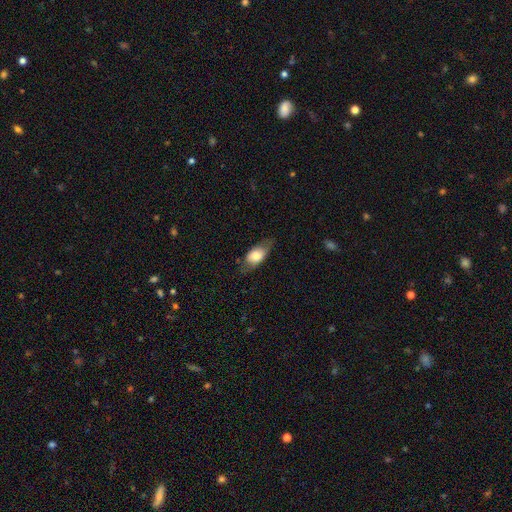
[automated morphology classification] Smooth or featured?
  - smooth: 67% *
  - featured or disk: 26%
  - star or artifact: 7%
How rounded?
  - in between: 85% *
  - round: 8%
  - cigar-shaped: 6%
Merging?
  - none: 69% *
  - minor disturbance: 22%
  - major disturbance: 8%
  - merger: 1%